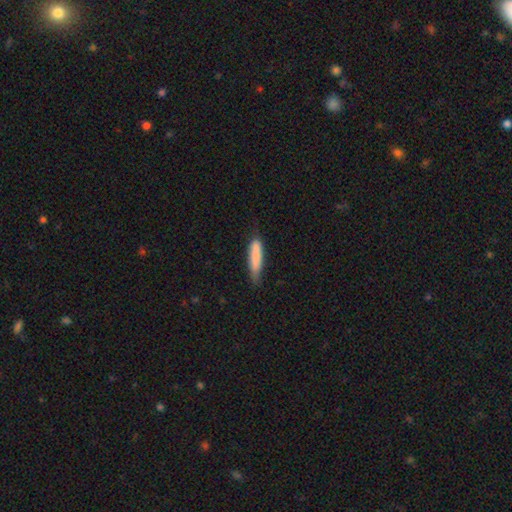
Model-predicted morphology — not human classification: Smooth or featured? Predicted: smooth (p=0.83). How rounded? Predicted: cigar-shaped (p=0.81). Merging? Predicted: none (p=0.64).